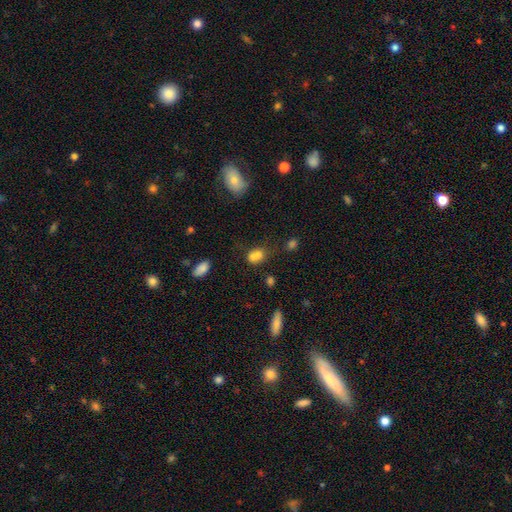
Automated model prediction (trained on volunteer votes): smooth 74%, star or artifact 13%, featured or disk 13%. Down the decision tree: how rounded — in between (54%); merging — merger (48%).